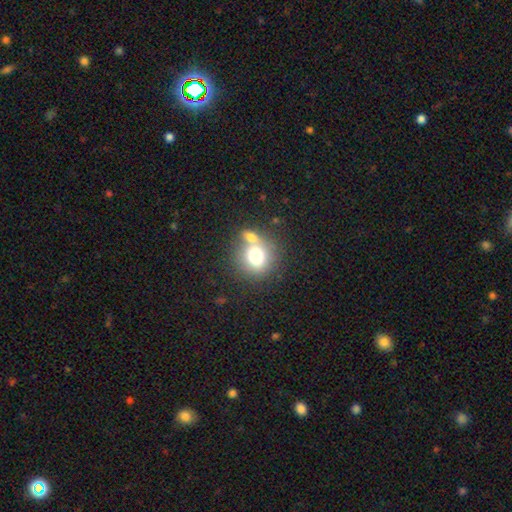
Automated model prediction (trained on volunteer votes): The model was most divided on "merging": none: 48%, merger: 36%, minor disturbance: 11%, major disturbance: 5%. More confident: how rounded — round (80%); smooth or featured — smooth (73%).